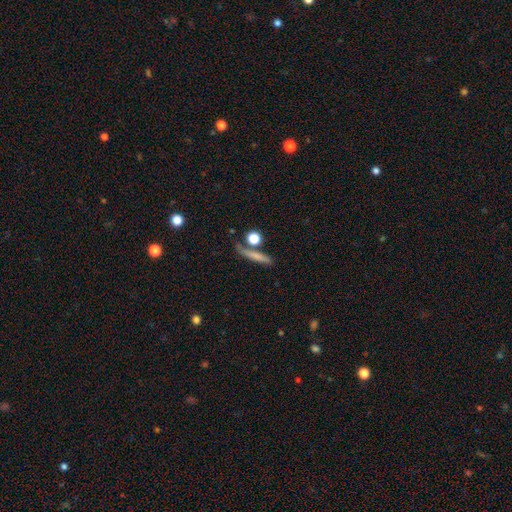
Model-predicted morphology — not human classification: type=smooth (69%); roundness=cigar-shaped (73%); merging=none (68%).